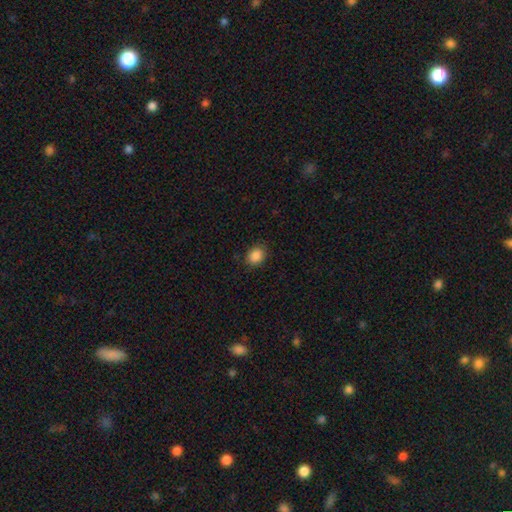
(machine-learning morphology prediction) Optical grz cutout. It shows a smooth galaxy with no disk features (88%) that is round (51%). Merging: none (85%).